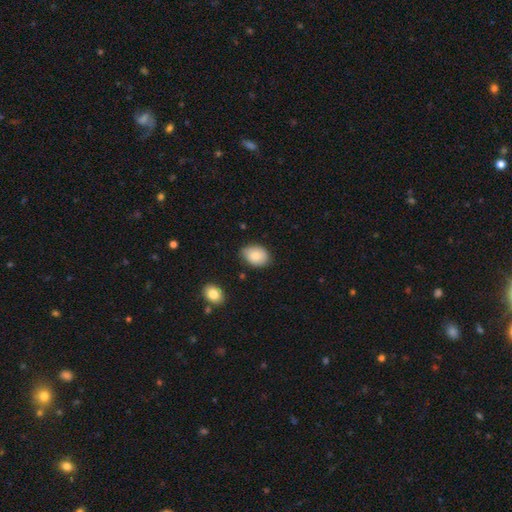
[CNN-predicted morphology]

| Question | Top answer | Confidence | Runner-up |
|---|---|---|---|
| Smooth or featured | smooth | 82% | featured or disk (11%) |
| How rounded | in between | 78% | round (21%) |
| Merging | none | 74% | minor disturbance (20%) |